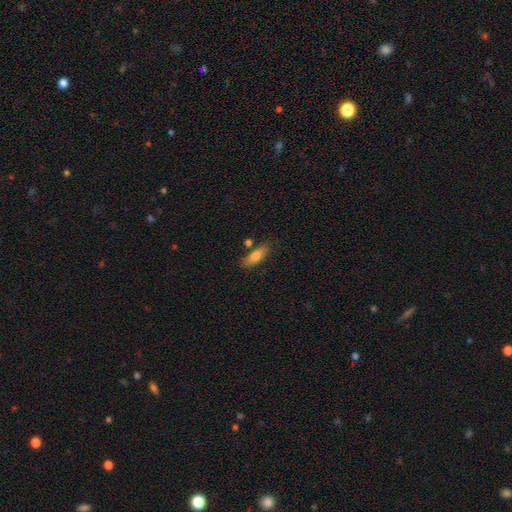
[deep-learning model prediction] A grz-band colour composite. It shows a smooth galaxy with no disk features (78%) that is in between round and cigar-shaped (62%). Merging: none (72%).